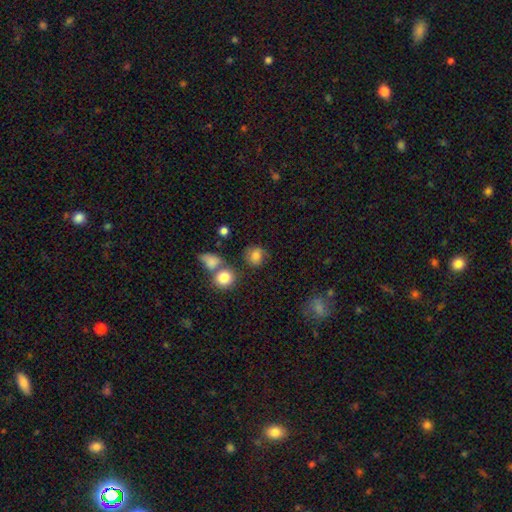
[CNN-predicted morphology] The model was most divided on "how rounded": round: 73%, in between: 25%, cigar-shaped: 1%. More confident: smooth or featured — smooth (77%); merging — none (67%).